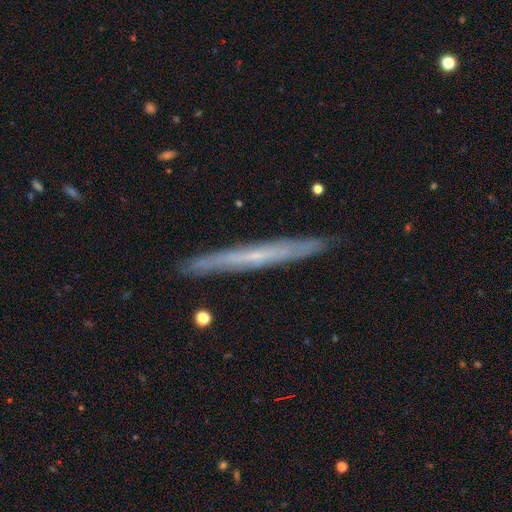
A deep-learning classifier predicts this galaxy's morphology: Smooth or featured? Predicted: featured or disk (p=0.62). Edge-on disk? Predicted: yes (p=0.93). Edge-on bulge? Predicted: none (p=0.74). Merging? Predicted: none (p=0.90).